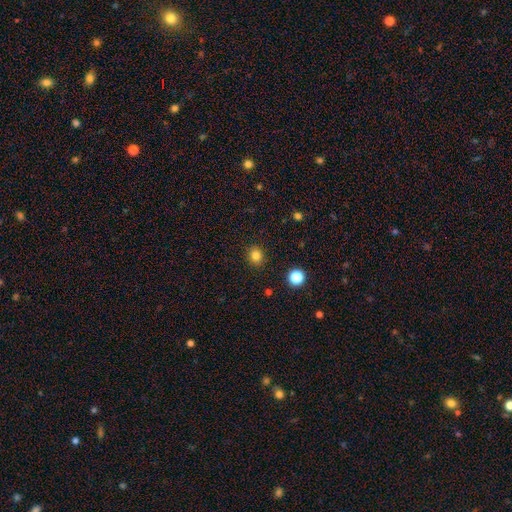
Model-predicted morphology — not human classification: Q: Smooth or featured?
A: smooth (81%); runner-up: star or artifact (13%)
Q: How rounded?
A: round (75%); runner-up: in between (24%)
Q: Merging?
A: none (90%); runner-up: minor disturbance (7%)